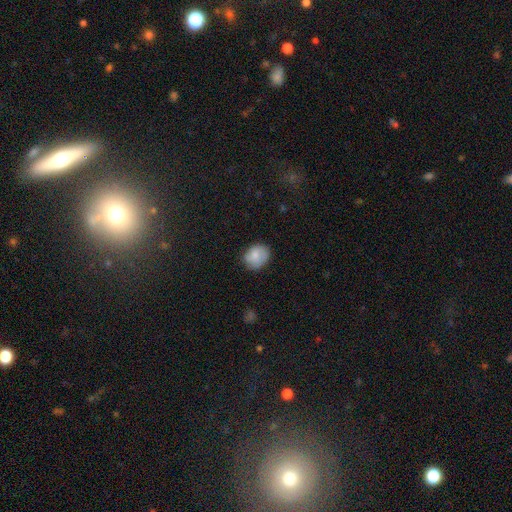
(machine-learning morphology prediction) Overall: smooth (79%). How rounded: round (53%; in between 46%). Merging: none (71%).